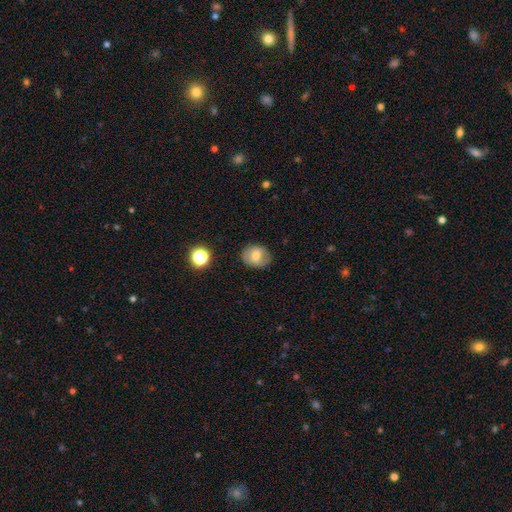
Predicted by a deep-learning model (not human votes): This appears to be a smooth galaxy with no disk features (67%) that is round (57%). Merging: none (82%).